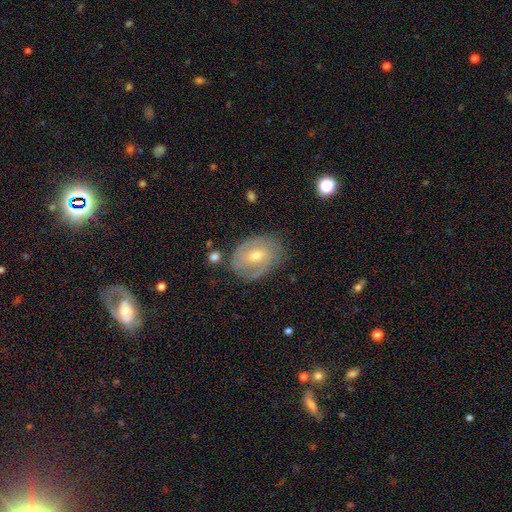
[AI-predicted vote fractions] Smooth or featured? Predicted: featured or disk (p=0.68). Edge-on disk? Predicted: no (p=0.96). Bar? Predicted: no (p=0.45, tied with weak). Spiral arms? Predicted: yes (p=0.82). Spiral winding? Predicted: tight (p=0.50). Spiral arm count? Predicted: 2 (p=0.57). Bulge size? Predicted: moderate (p=0.59). Merging? Predicted: none (p=0.73).